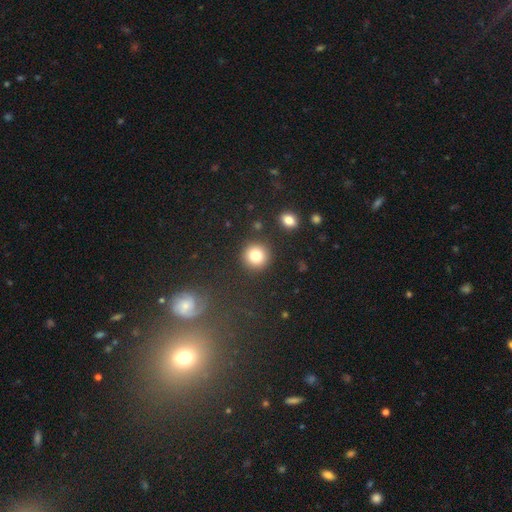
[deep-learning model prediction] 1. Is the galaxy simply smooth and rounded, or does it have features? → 80% smooth, 11% star or artifact, 8% featured or disk.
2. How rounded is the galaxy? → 93% round, 6% in between, 1% cigar-shaped.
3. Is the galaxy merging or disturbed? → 88% none, 6% minor disturbance, 3% merger, 3% major disturbance.